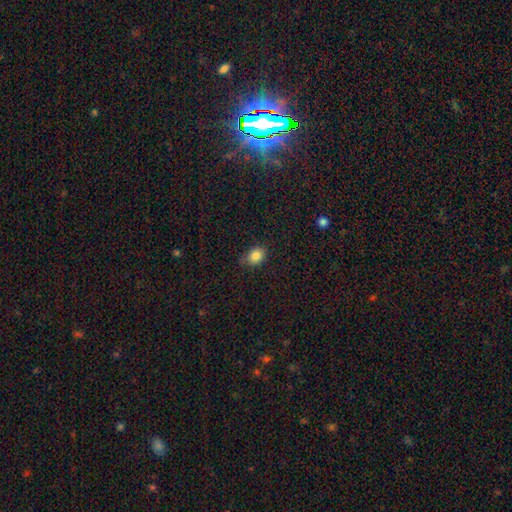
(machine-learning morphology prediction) Overall: smooth (84%). How rounded: in between (50%; round 48%). Merging: none (71%).